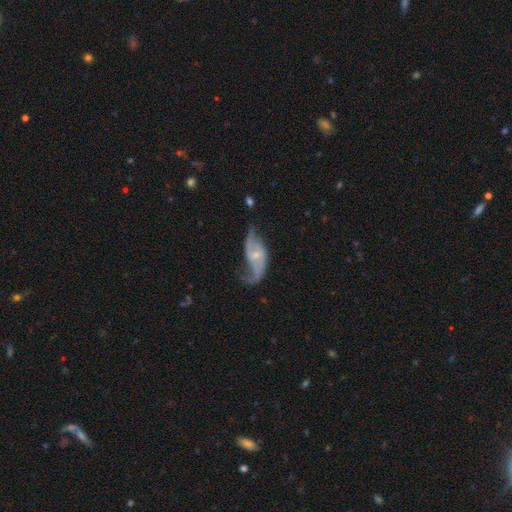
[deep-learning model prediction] featured or disk 79%, smooth 14%, star or artifact 6%. Down the decision tree: edge-on disk — no (95%); bar — no (53%); spiral arms — yes (88%); spiral arm count — 2 (82%); spiral winding — loose (67%); bulge size — small (65%); merging — none (43%).